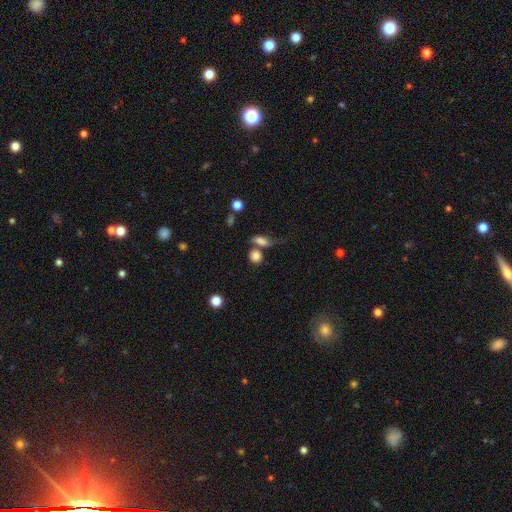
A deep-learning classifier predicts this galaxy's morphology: smooth-or-featured: smooth: 82% | star or artifact: 10% | featured or disk: 7%
  how-rounded: round: 72% | in between: 25% | cigar-shaped: 3%
  merging: none: 53% | merger: 29% | minor disturbance: 12% | major disturbance: 6%